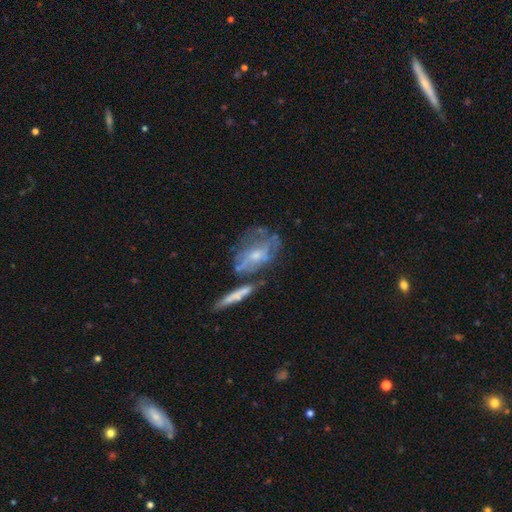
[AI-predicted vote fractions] Morphology: type=featured or disk (61%); edge-on=no (89%); bar=no (64%); spiral arms=no (53%); bulge=small (46%); merging=none (40%).